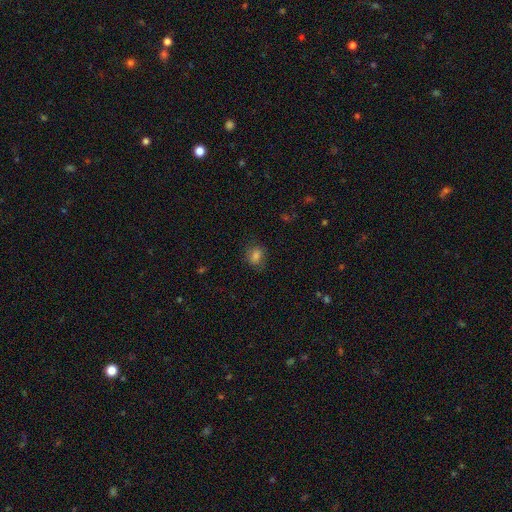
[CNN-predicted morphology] Overall: smooth (73%). How rounded: in between (50%; round 49%). Merging: none (74%).